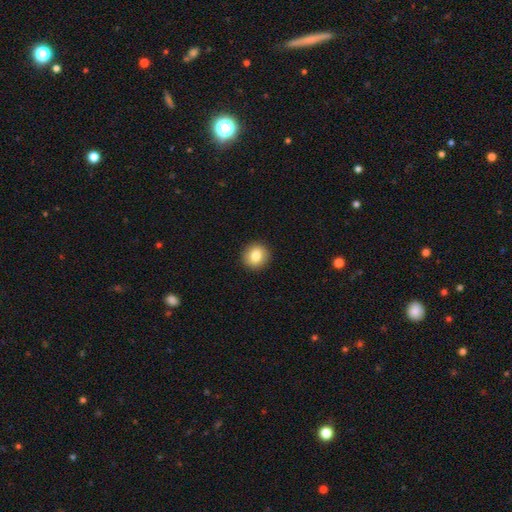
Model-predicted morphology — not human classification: smooth-or-featured: smooth: 83% | star or artifact: 9% | featured or disk: 8%
  how-rounded: round: 88% | in between: 11% | cigar-shaped: 1%
  merging: none: 92% | minor disturbance: 5% | major disturbance: 2% | merger: 1%